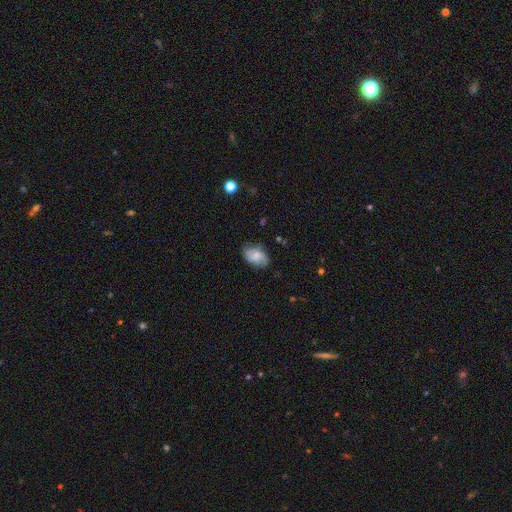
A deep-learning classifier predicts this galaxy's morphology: Smooth or featured: smooth — 67% (featured or disk — 25%)
How rounded: in between — 88% (round — 11%)
Merging: none — 70% (minor disturbance — 23%)